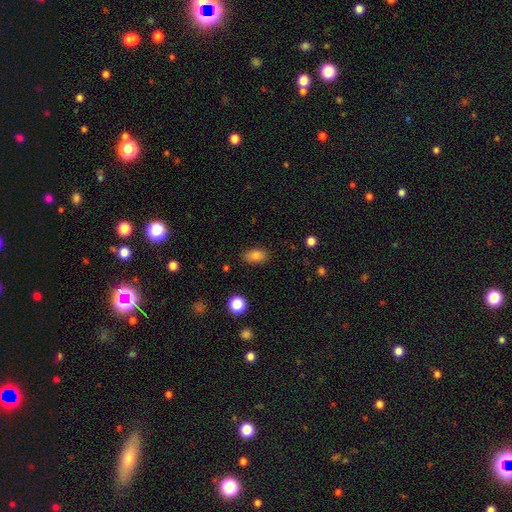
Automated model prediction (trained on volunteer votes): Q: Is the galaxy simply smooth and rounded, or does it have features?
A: smooth — 81%.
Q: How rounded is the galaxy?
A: in between — 89%.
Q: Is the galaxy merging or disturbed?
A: none — 86%.